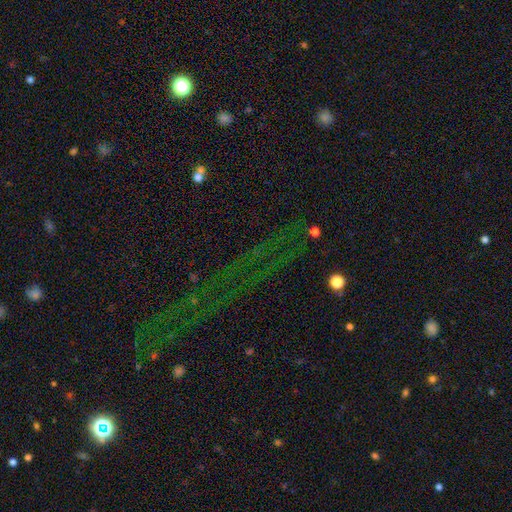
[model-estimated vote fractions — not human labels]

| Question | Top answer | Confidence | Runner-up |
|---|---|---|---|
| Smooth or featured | star or artifact | 72% | smooth (16%) |